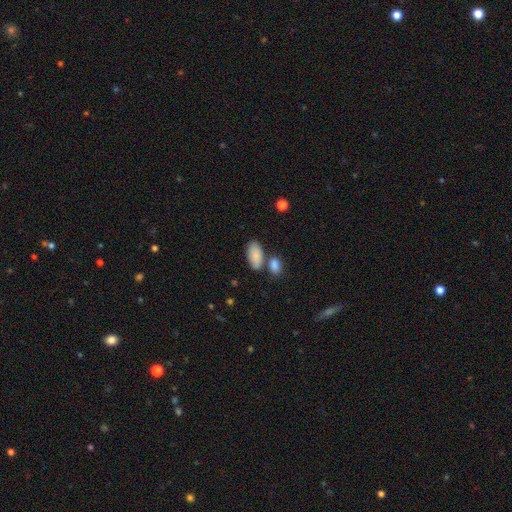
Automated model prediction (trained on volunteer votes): This is clearly a smooth galaxy (86%). How rounded: clearly in between (94%). Merging: likely none (61%).